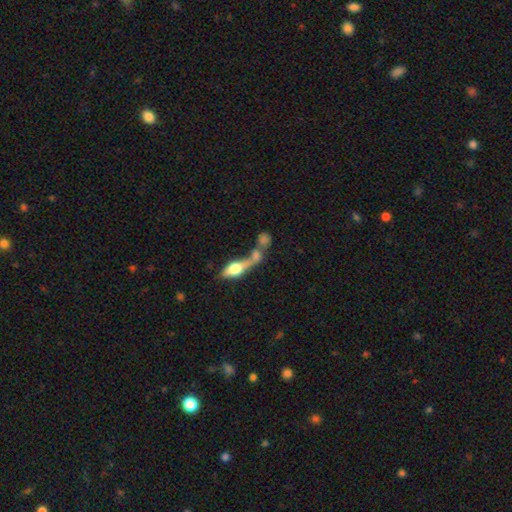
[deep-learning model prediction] Smooth or featured: smooth — 50% (featured or disk — 39%)
Merging: merger — 59% (none — 22%)